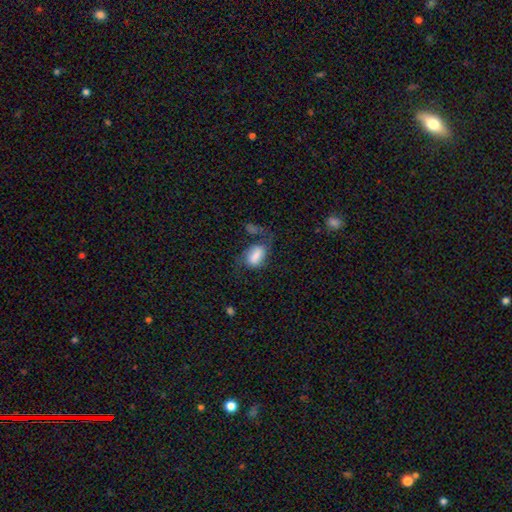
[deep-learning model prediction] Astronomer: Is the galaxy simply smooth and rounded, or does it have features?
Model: smooth — 64%.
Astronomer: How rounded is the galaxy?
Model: in between — 85%.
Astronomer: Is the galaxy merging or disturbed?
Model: none — 34% (runner-up: major disturbance, 31%).